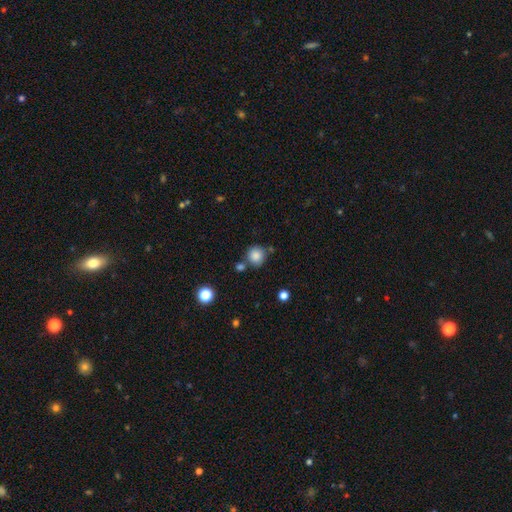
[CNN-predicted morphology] Smooth or featured? smooth (85%)
How rounded? round (91%)
Merging? none (73%)